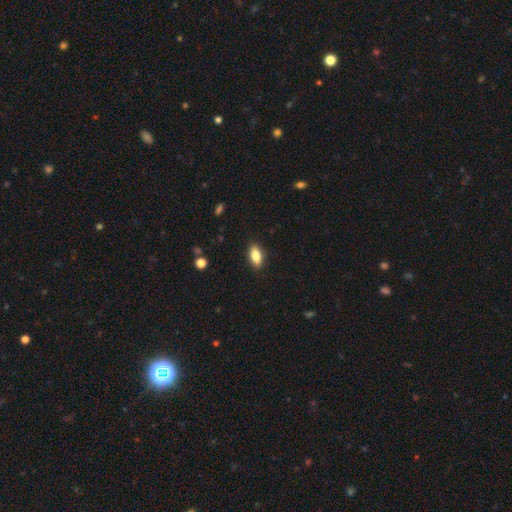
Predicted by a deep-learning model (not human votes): Q: Smooth or featured?
A: smooth (83%); runner-up: featured or disk (10%)
Q: How rounded?
A: in between (86%); runner-up: cigar-shaped (11%)
Q: Merging?
A: none (89%); runner-up: minor disturbance (8%)